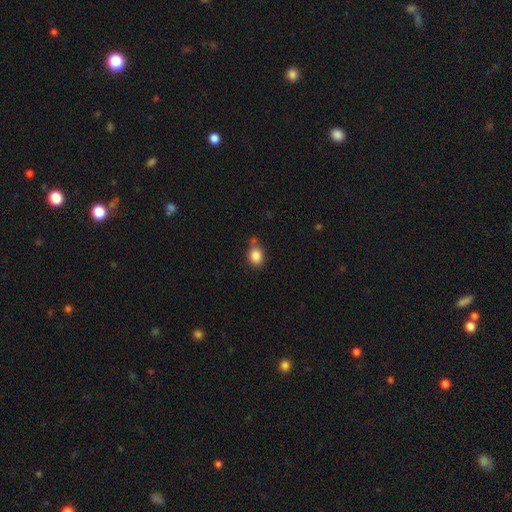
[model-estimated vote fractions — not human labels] This appears to be a smooth galaxy with no disk features (86%) that is in between round and cigar-shaped (51%). Merging: none (67%).